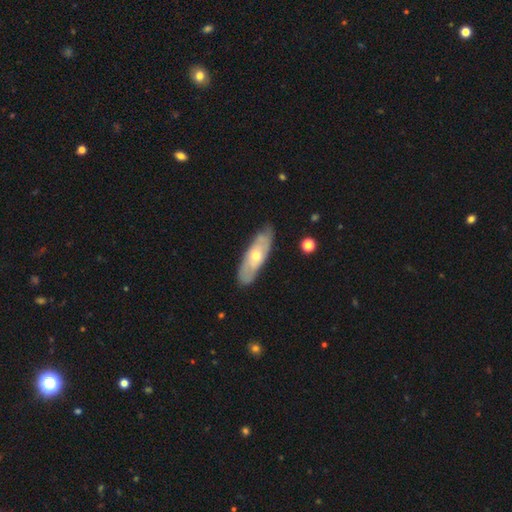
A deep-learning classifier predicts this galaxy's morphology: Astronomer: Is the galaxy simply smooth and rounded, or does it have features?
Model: featured or disk — 59% (runner-up: smooth, 35%).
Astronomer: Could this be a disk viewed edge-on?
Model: no — 70%.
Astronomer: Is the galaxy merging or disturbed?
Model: none — 80%.